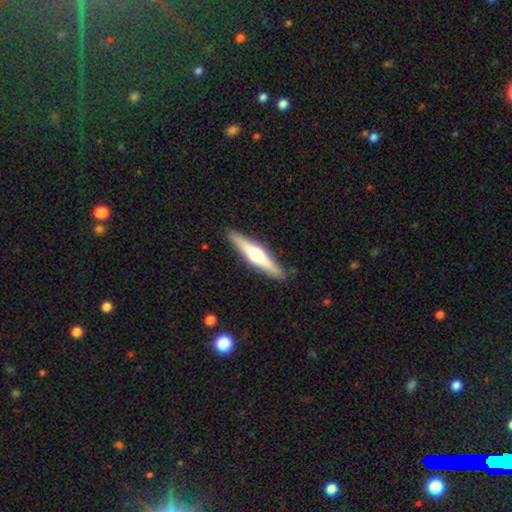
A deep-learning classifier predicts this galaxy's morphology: smooth_or_featured: featured or disk (p=0.63) [alt: smooth p=0.32]
disk_edge_on: yes (p=0.97) [alt: no p=0.03]
edge_on_bulge: rounded (p=0.93) [alt: boxy p=0.04]
merging: none (p=0.90) [alt: minor disturbance p=0.08]